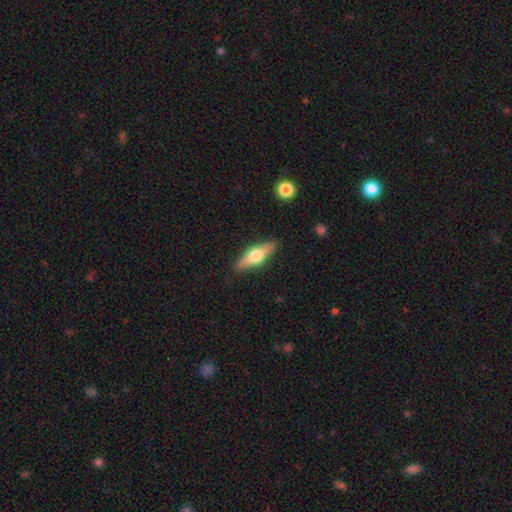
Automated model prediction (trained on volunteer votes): This is possibly a featured or disk galaxy (49%). Merging: clearly none (88%).